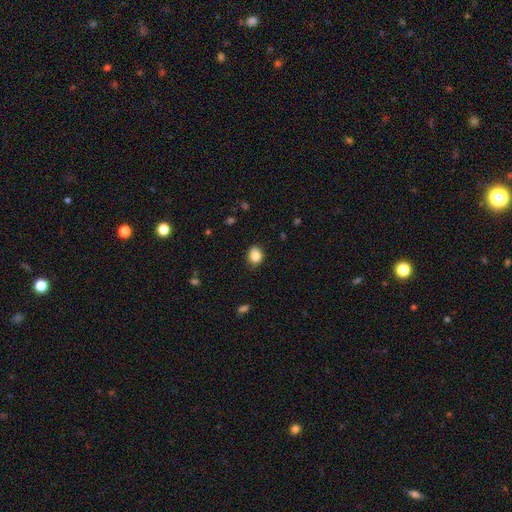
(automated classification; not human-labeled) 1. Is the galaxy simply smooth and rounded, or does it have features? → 87% smooth, 9% star or artifact, 5% featured or disk.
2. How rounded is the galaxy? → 53% in between, 46% round, 1% cigar-shaped.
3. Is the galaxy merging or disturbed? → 83% none, 13% minor disturbance, 3% major disturbance, 1% merger.